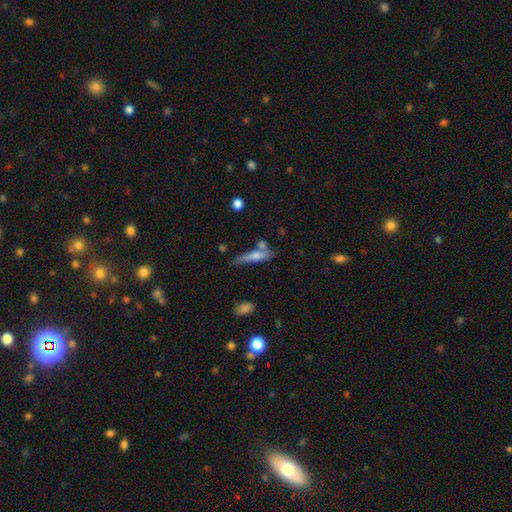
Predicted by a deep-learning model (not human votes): Q: Smooth or featured?
A: smooth (60%); runner-up: featured or disk (33%)
Q: How rounded?
A: cigar-shaped (73%); runner-up: in between (24%)
Q: Merging?
A: none (50%); runner-up: minor disturbance (22%)